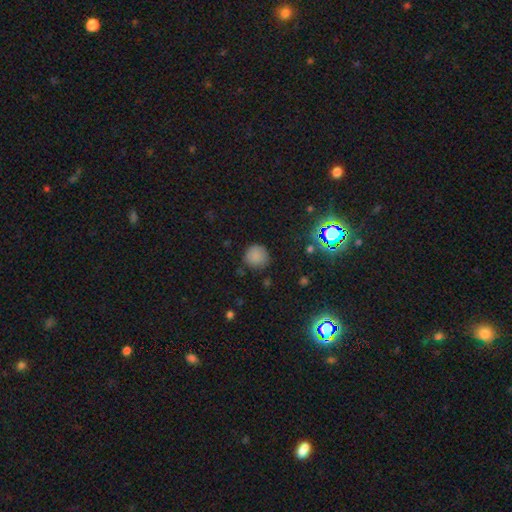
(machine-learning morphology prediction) Smooth or featured?
  - smooth: 80% *
  - star or artifact: 14%
  - featured or disk: 6%
How rounded?
  - round: 92% *
  - in between: 7%
  - cigar-shaped: 1%
Merging?
  - none: 81% *
  - minor disturbance: 13%
  - major disturbance: 4%
  - merger: 2%